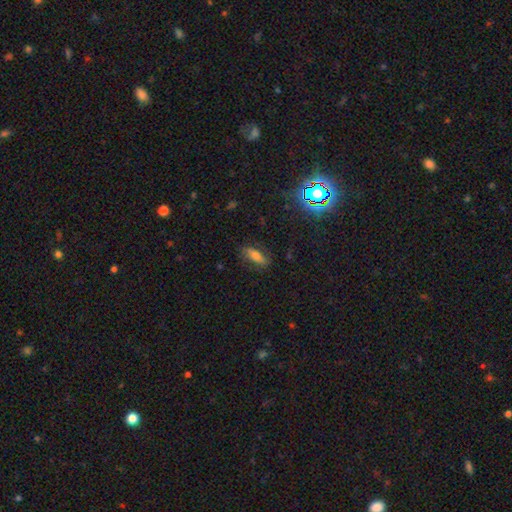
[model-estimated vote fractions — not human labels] Q: Smooth or featured?
A: smooth (54%); runner-up: featured or disk (31%)
Q: How rounded?
A: in between (65%); runner-up: cigar-shaped (30%)
Q: Merging?
A: none (76%); runner-up: minor disturbance (16%)